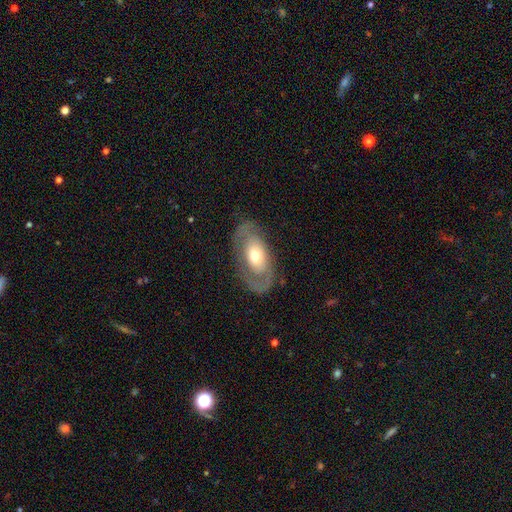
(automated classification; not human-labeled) Smooth or featured? Predicted: featured or disk (p=0.64). Edge-on disk? Predicted: no (p=0.91). Bar? Predicted: no (p=0.79). Spiral arms? Predicted: yes (p=0.59). Bulge size? Predicted: moderate (p=0.64). Merging? Predicted: none (p=0.75).